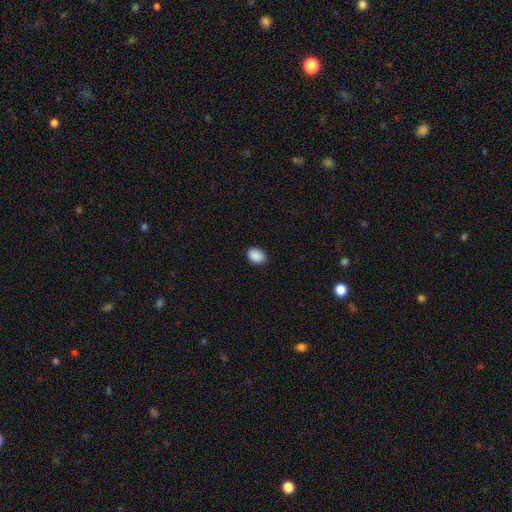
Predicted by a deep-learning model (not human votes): Smooth or featured? smooth (90%)
How rounded? in between (70%)
Merging? none (89%)